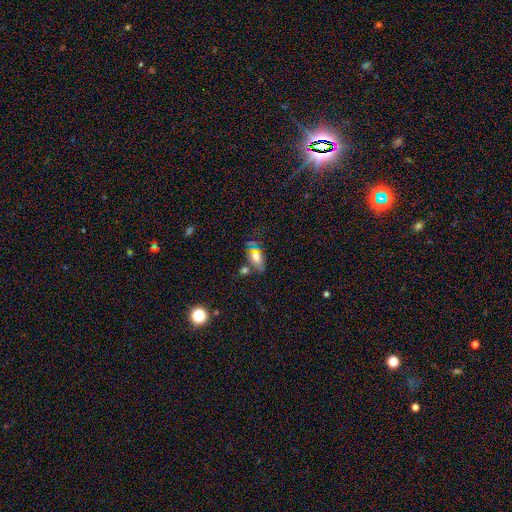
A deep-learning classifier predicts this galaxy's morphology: Smooth or featured?
  - smooth: 64% *
  - star or artifact: 21%
  - featured or disk: 14%
How rounded?
  - in between: 84% *
  - round: 8%
  - cigar-shaped: 8%
Merging?
  - none: 68% *
  - minor disturbance: 17%
  - merger: 8%
  - major disturbance: 7%